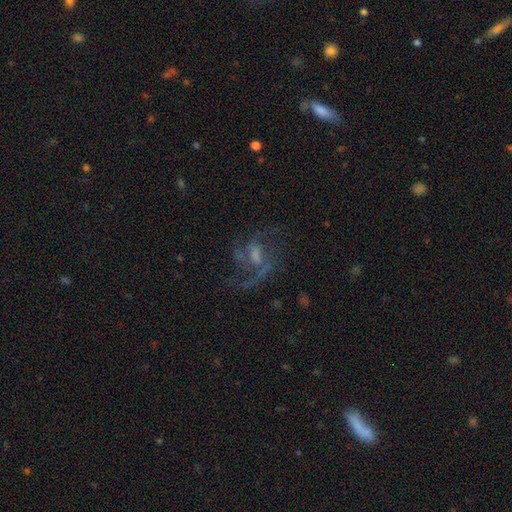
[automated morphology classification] Smooth or featured? Predicted: featured or disk (p=0.80). Edge-on disk? Predicted: no (p=0.97). Bar? Predicted: weak (p=0.52). Spiral arms? Predicted: yes (p=0.92). Spiral winding? Predicted: medium (p=0.48). Spiral arm count? Predicted: 2 (p=0.49). Bulge size? Predicted: moderate (p=0.38). Merging? Predicted: none (p=0.56).